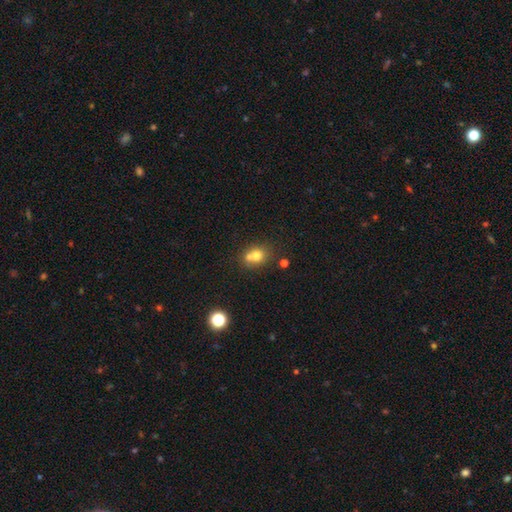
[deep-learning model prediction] Smooth or featured?
  - smooth: 70% *
  - featured or disk: 16%
  - star or artifact: 14%
How rounded?
  - round: 69% *
  - in between: 30%
  - cigar-shaped: 1%
Merging?
  - merger: 46% *
  - none: 42%
  - minor disturbance: 9%
  - major disturbance: 3%